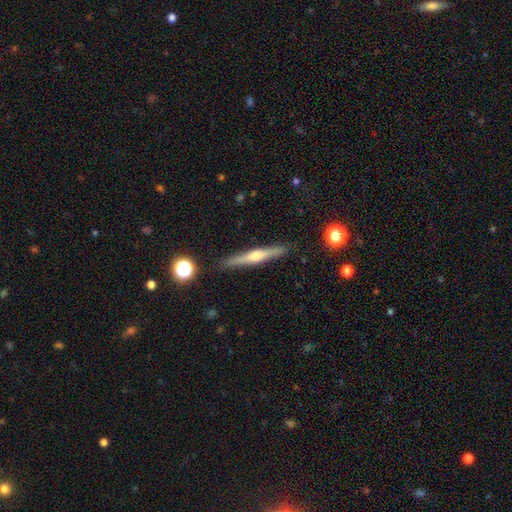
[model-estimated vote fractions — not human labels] A featured or disk galaxy (70%) viewed edge-on (98%) with a rounded central bulge (86%).

Vote fractions:
- Smooth or featured? featured or disk: 70% / smooth: 23% / star or artifact: 6%
- Edge-on disk? yes: 98% / no: 2%
- Edge-on bulge? rounded: 86% / none: 7% / boxy: 7%
- Merging? none: 90% / minor disturbance: 7% / major disturbance: 2% / merger: 2%